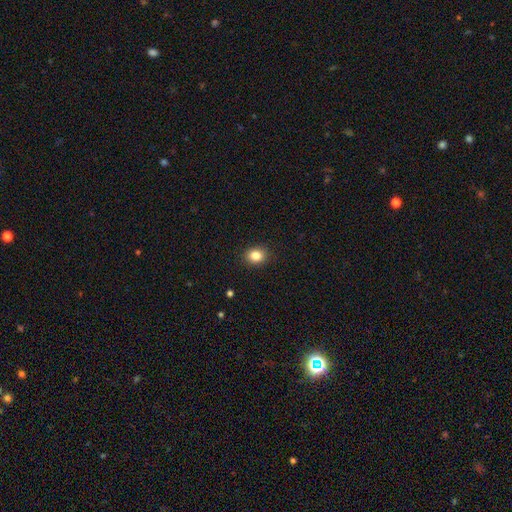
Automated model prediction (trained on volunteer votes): Q: Smooth or featured?
A: smooth (84%); runner-up: star or artifact (11%)
Q: How rounded?
A: round (59%); runner-up: in between (40%)
Q: Merging?
A: none (90%); runner-up: minor disturbance (7%)